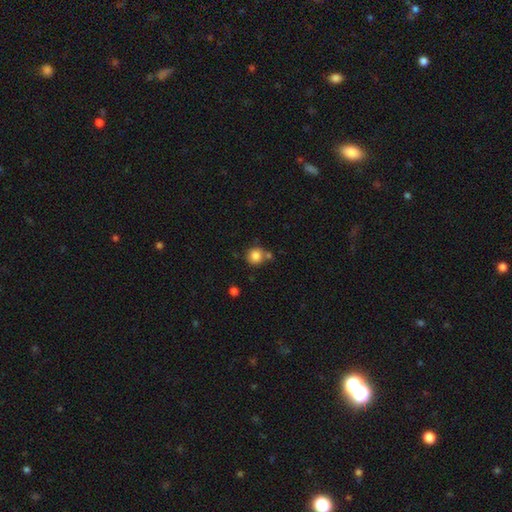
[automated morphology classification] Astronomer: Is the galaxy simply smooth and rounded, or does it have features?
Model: smooth — 84%.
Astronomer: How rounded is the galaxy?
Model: round — 91%.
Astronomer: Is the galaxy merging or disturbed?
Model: none — 69%.